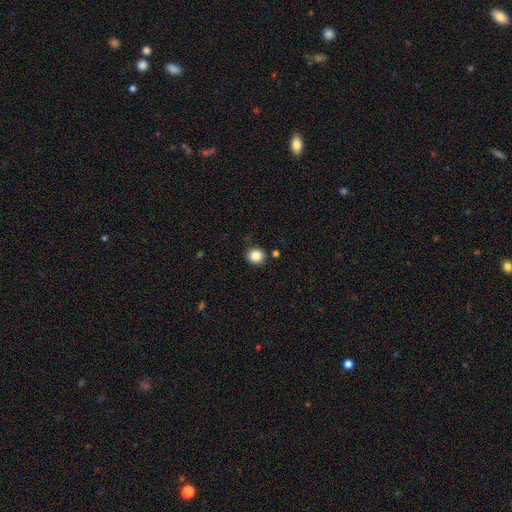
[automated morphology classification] type=smooth (86%); roundness=round (89%); merging=none (87%).